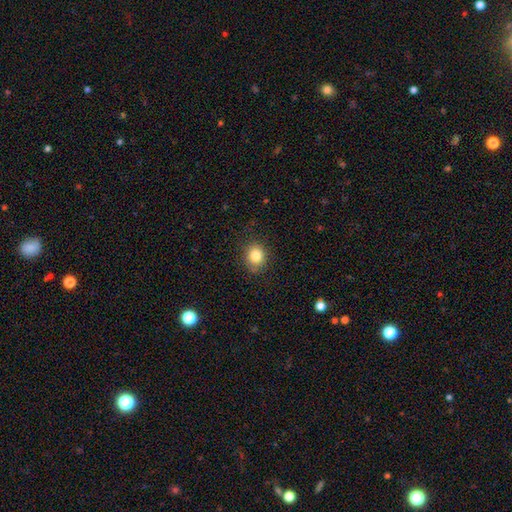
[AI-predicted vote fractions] This is clearly a smooth galaxy (83%). How rounded: likely round (68%). Merging: clearly none (83%).